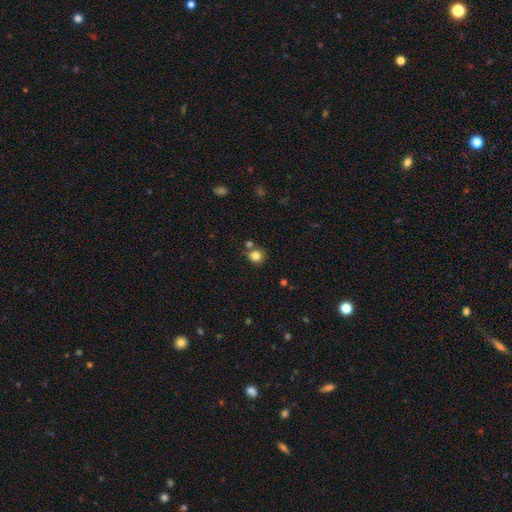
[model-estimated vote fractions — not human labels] A smooth galaxy with no disk features (82%) that is round (87%). Merging: none (70%).